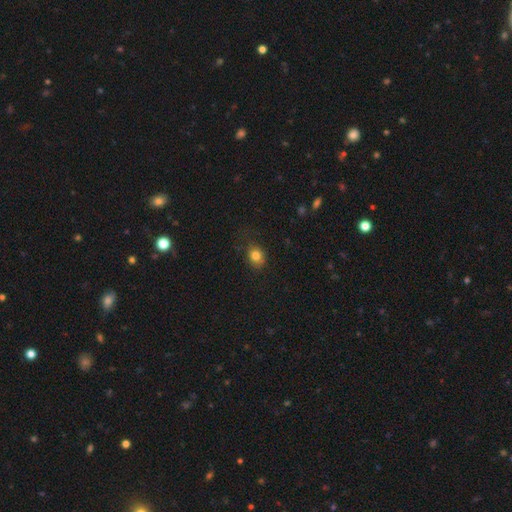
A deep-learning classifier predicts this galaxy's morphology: Smooth or featured? smooth (82%)
How rounded? round (58%)
Merging? none (77%)